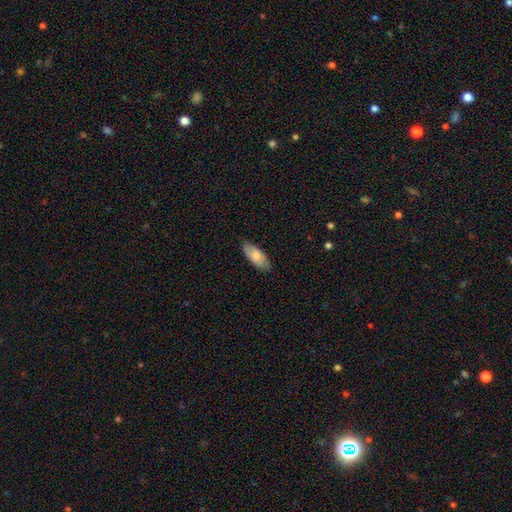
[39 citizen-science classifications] Q: Smooth or featured?
A: smooth (77%); runner-up: featured or disk (21%)
Q: How rounded?
A: in between (83%); runner-up: cigar-shaped (17%)
Q: Merging?
A: none (76%); runner-up: minor disturbance (18%)